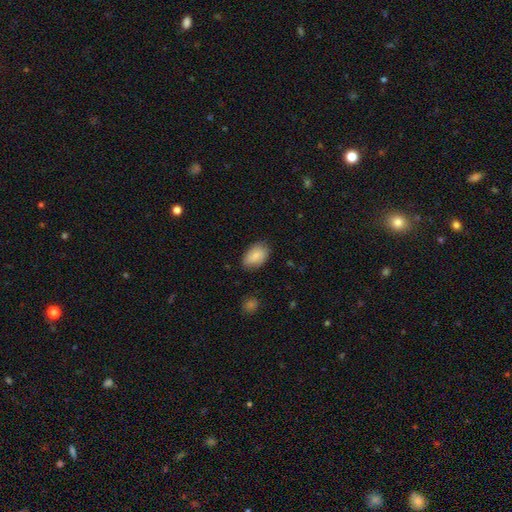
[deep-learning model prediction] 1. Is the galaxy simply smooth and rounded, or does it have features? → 84% smooth, 10% featured or disk, 7% star or artifact.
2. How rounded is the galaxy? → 91% in between, 8% round, 1% cigar-shaped.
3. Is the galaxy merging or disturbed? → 74% none, 21% minor disturbance, 4% major disturbance, 1% merger.